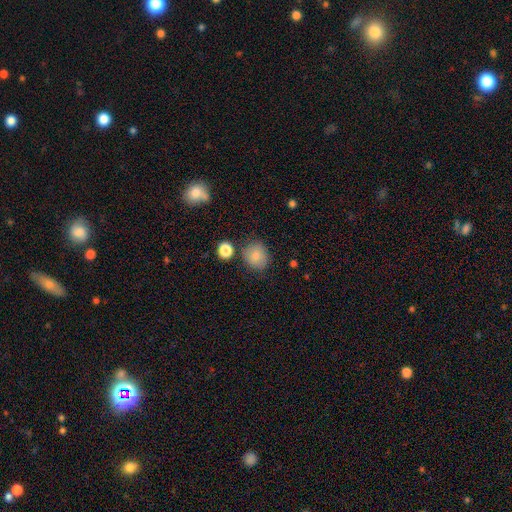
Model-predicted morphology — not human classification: The model was most divided on "how rounded": round: 73%, in between: 26%, cigar-shaped: 1%. More confident: smooth or featured — smooth (80%); merging — none (76%).